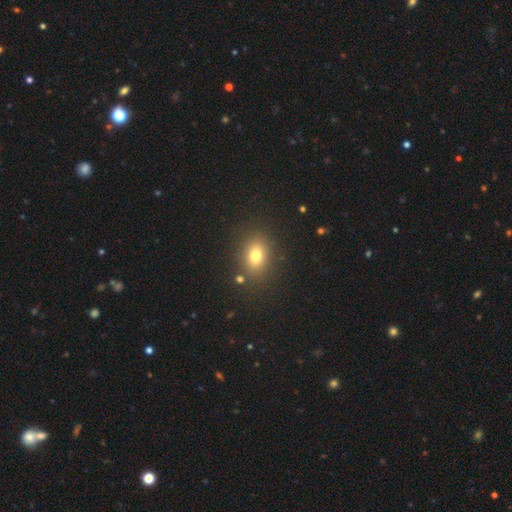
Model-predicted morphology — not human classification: Smooth or featured?
  - smooth: 76% *
  - star or artifact: 14%
  - featured or disk: 10%
How rounded?
  - in between: 58% *
  - round: 41%
  - cigar-shaped: 1%
Merging?
  - none: 84% *
  - minor disturbance: 9%
  - major disturbance: 4%
  - merger: 3%